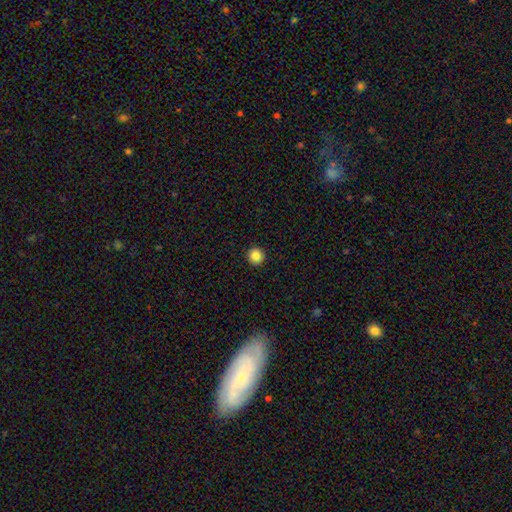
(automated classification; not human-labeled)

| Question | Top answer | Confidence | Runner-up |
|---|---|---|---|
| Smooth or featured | smooth | 85% | star or artifact (11%) |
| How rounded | round | 95% | in between (4%) |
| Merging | none | 94% | minor disturbance (4%) |